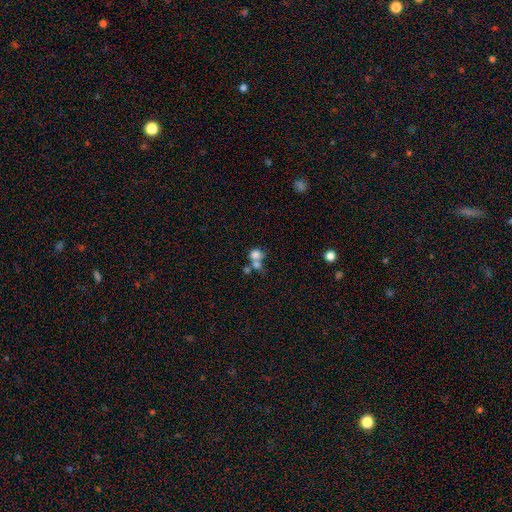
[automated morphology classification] smooth_or_featured: smooth (p=0.75) [alt: featured or disk p=0.13]
how_rounded: round (p=0.71) [alt: in between p=0.28]
merging: merger (p=0.54) [alt: none p=0.31]